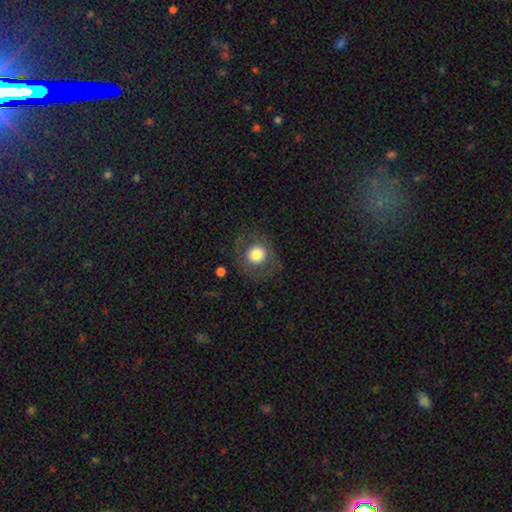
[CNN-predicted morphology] smooth_or_featured: smooth (p=0.72) [alt: featured or disk p=0.19]
how_rounded: round (p=0.88) [alt: in between p=0.11]
merging: none (p=0.78) [alt: minor disturbance p=0.12]